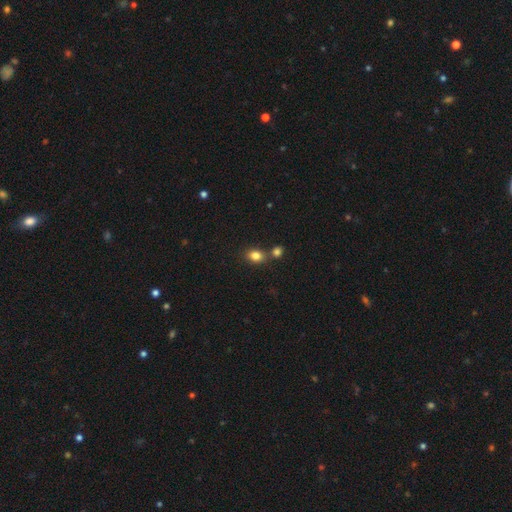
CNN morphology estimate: Q: Smooth or featured?
A: smooth (82%); runner-up: star or artifact (11%)
Q: How rounded?
A: in between (55%); runner-up: round (44%)
Q: Merging?
A: none (63%); runner-up: merger (23%)